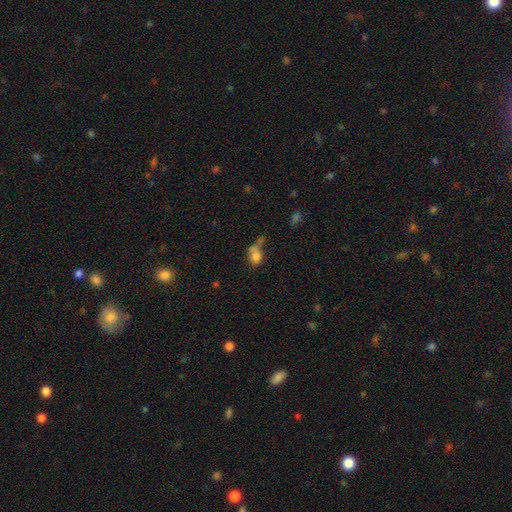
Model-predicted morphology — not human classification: Smooth or featured: smooth — 75% (featured or disk — 14%)
How rounded: in between — 60% (round — 37%)
Merging: merger — 42% (none — 25%)